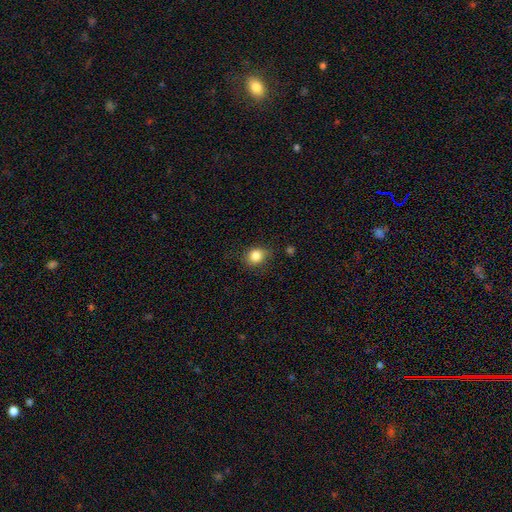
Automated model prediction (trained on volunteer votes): Smooth or featured? smooth (84%)
How rounded? round (70%)
Merging? none (77%)